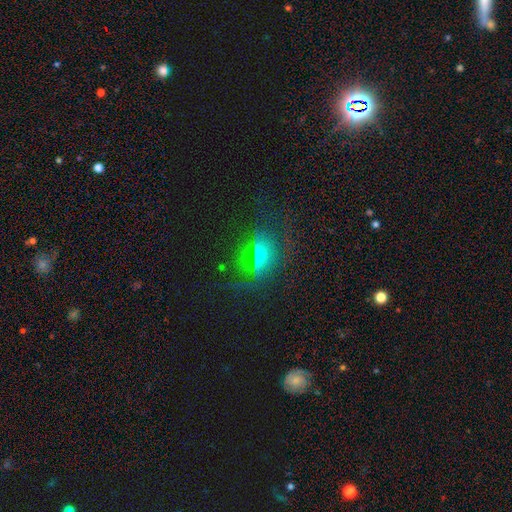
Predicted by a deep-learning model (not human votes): Overall: smooth (44%; star or artifact 36%). Merging: none (74%).